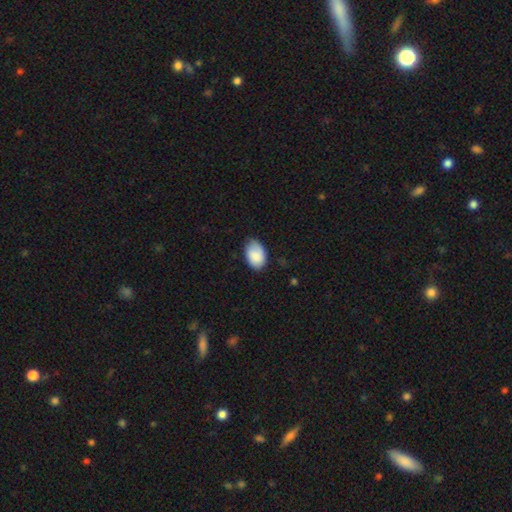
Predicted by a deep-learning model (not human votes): A smooth galaxy with no disk features (85%) that is in between round and cigar-shaped (89%). Merging: none (71%).